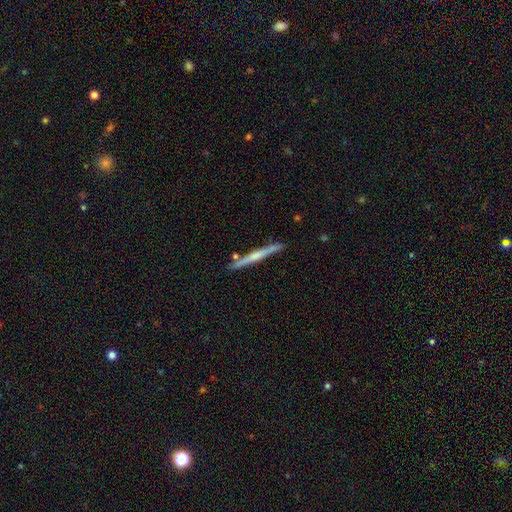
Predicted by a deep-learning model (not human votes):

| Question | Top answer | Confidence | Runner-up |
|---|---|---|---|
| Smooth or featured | featured or disk | 60% | smooth (35%) |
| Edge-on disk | yes | 98% | no (2%) |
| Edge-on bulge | rounded | 51% | none (37%) |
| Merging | none | 86% | minor disturbance (9%) |